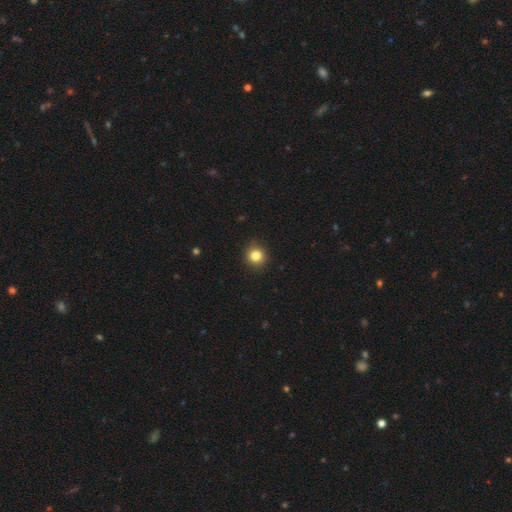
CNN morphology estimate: smooth_or_featured: smooth (p=0.83) [alt: star or artifact p=0.12]
how_rounded: round (p=0.90) [alt: in between p=0.09]
merging: none (p=0.91) [alt: minor disturbance p=0.06]